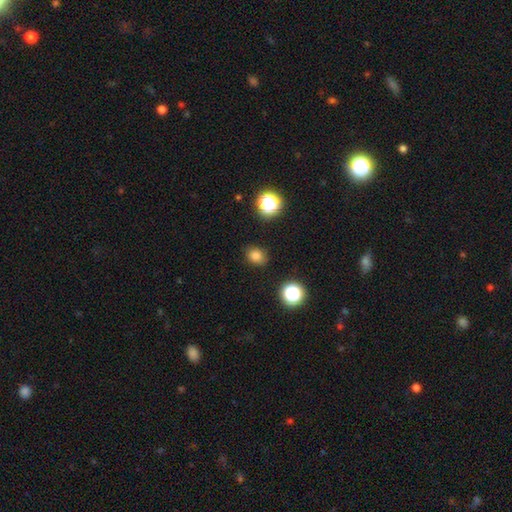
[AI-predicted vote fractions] smooth 80%, star or artifact 16%, featured or disk 4%. Down the decision tree: how rounded — round (61%); merging — none (84%).